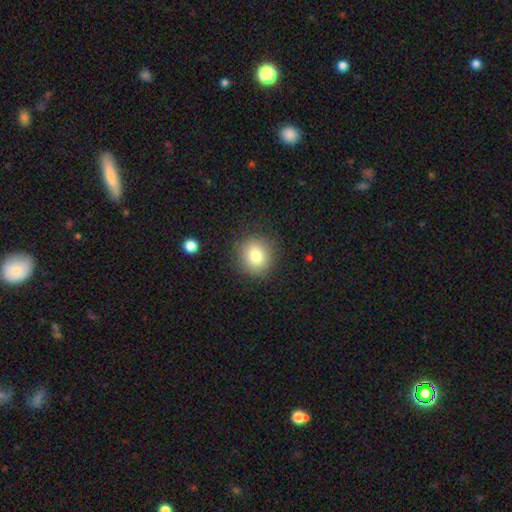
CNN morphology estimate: smooth 80%, star or artifact 10%, featured or disk 9%. Down the decision tree: how rounded — round (89%); merging — none (88%).